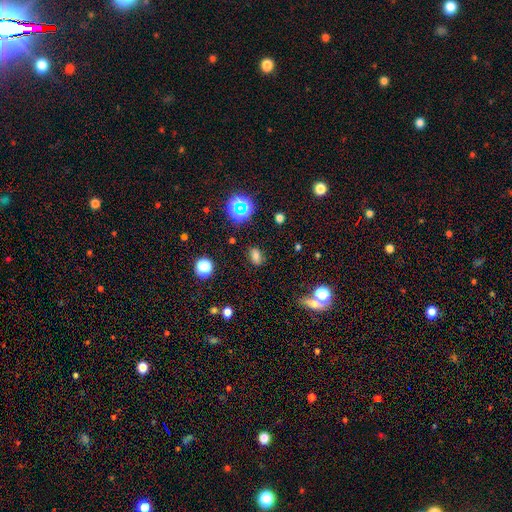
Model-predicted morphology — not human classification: type=smooth (69%); roundness=in between (78%); merging=none (82%).